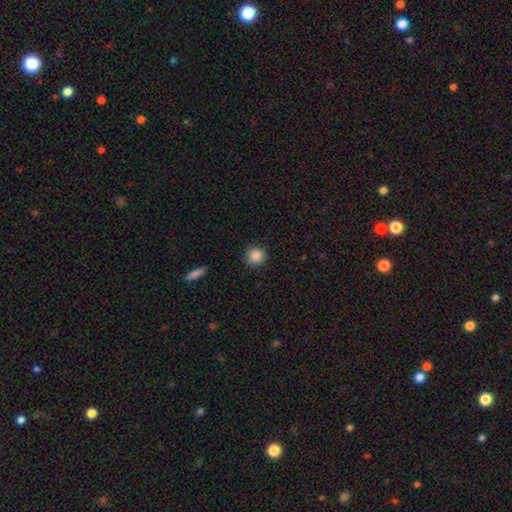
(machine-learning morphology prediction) Smooth or featured? Predicted: smooth (p=0.87). How rounded? Predicted: round (p=0.93). Merging? Predicted: none (p=0.90).